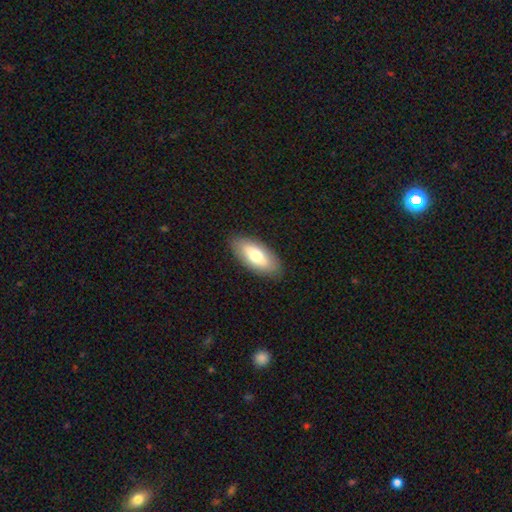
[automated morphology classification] Overall: smooth (70%). How rounded: in between (85%). Merging: none (88%).